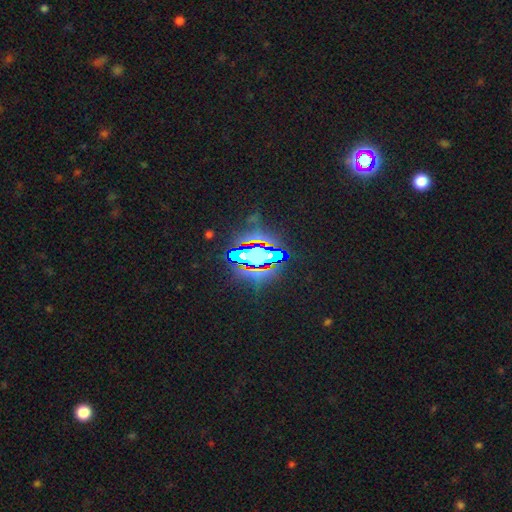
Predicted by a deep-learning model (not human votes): Morphology: type=star or artifact (59%).